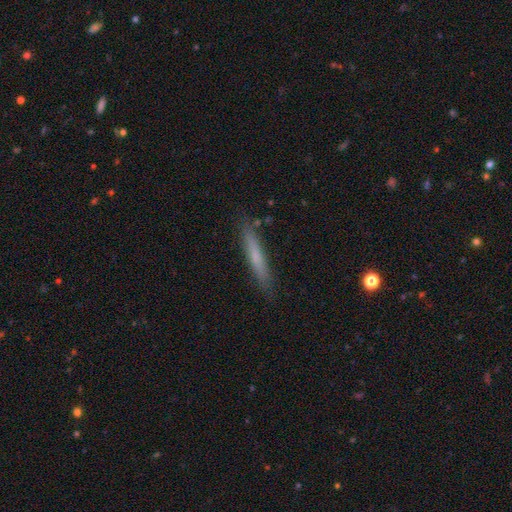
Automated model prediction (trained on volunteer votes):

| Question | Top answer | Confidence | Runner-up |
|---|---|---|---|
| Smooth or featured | smooth | 63% | featured or disk (30%) |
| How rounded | cigar-shaped | 95% | in between (4%) |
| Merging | none | 87% | minor disturbance (9%) |